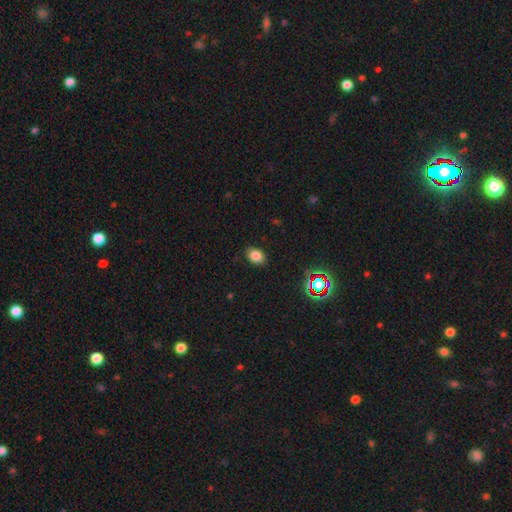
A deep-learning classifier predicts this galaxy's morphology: Smooth or featured: smooth — 82% (star or artifact — 13%)
How rounded: in between — 70% (round — 29%)
Merging: none — 87% (minor disturbance — 10%)